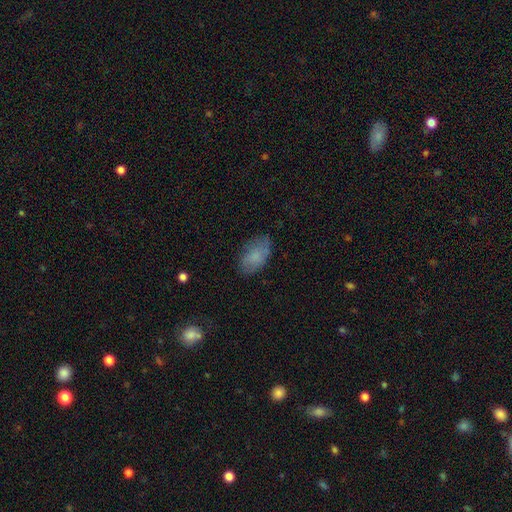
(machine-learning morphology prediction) Q: Smooth or featured?
A: smooth (74%); runner-up: featured or disk (17%)
Q: How rounded?
A: in between (93%); runner-up: round (5%)
Q: Merging?
A: none (70%); runner-up: minor disturbance (22%)